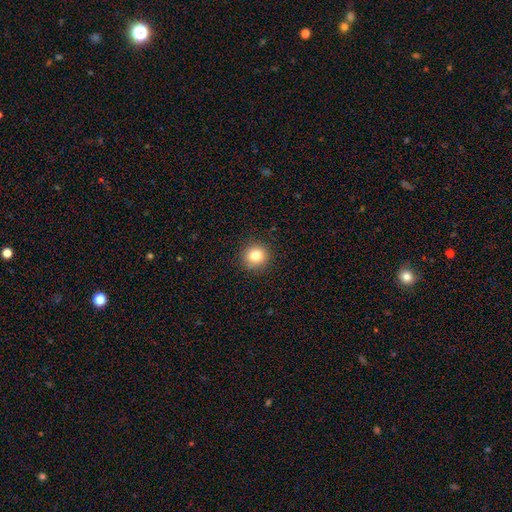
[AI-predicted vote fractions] Smooth or featured?
  - smooth: 82% *
  - star or artifact: 11%
  - featured or disk: 7%
How rounded?
  - round: 91% *
  - in between: 8%
  - cigar-shaped: 1%
Merging?
  - none: 91% *
  - minor disturbance: 6%
  - major disturbance: 2%
  - merger: 1%